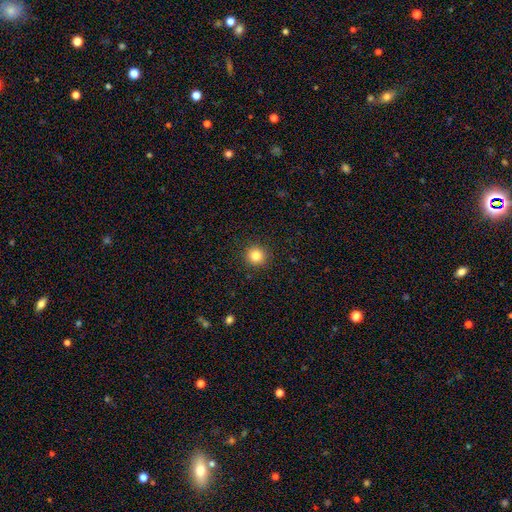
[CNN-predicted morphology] Smooth or featured?
  - smooth: 83% *
  - star or artifact: 12%
  - featured or disk: 5%
How rounded?
  - round: 94% *
  - in between: 5%
  - cigar-shaped: 1%
Merging?
  - none: 92% *
  - minor disturbance: 5%
  - major disturbance: 2%
  - merger: 1%